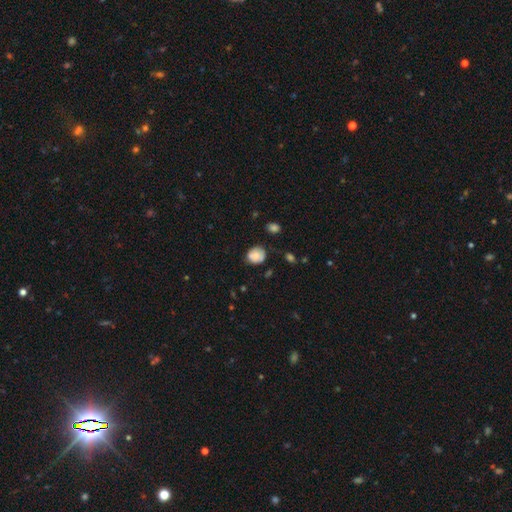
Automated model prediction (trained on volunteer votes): smooth-or-featured: smooth: 78% | featured or disk: 13% | star or artifact: 9%
  how-rounded: round: 67% | in between: 32% | cigar-shaped: 1%
  merging: none: 63% | minor disturbance: 28% | major disturbance: 6% | merger: 4%